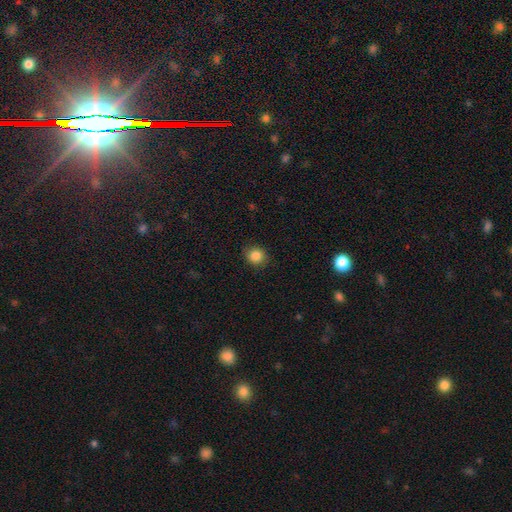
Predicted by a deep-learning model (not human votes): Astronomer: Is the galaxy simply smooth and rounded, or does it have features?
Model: smooth — 86%.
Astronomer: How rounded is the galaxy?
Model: round — 78%.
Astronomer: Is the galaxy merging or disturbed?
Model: none — 87%.